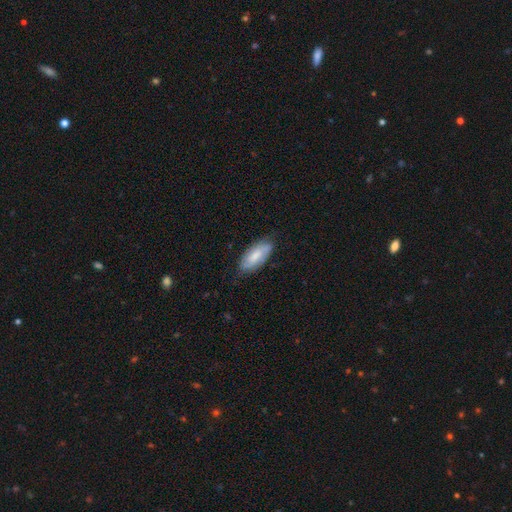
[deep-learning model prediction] smooth_or_featured: smooth (p=0.63) [alt: featured or disk p=0.31]
how_rounded: in between (p=0.84) [alt: cigar-shaped p=0.14]
merging: none (p=0.71) [alt: minor disturbance p=0.23]